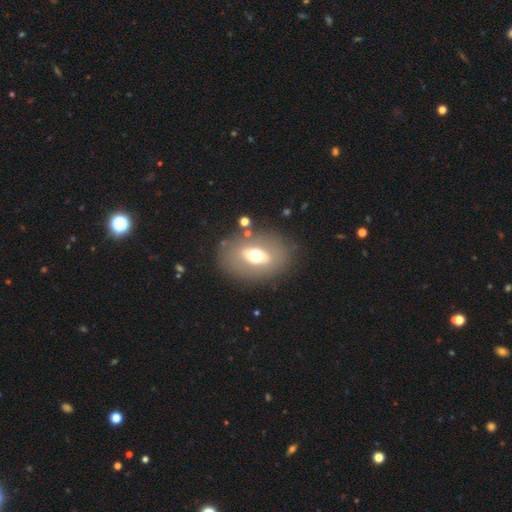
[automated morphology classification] type=smooth (49%); merging=none (79%).